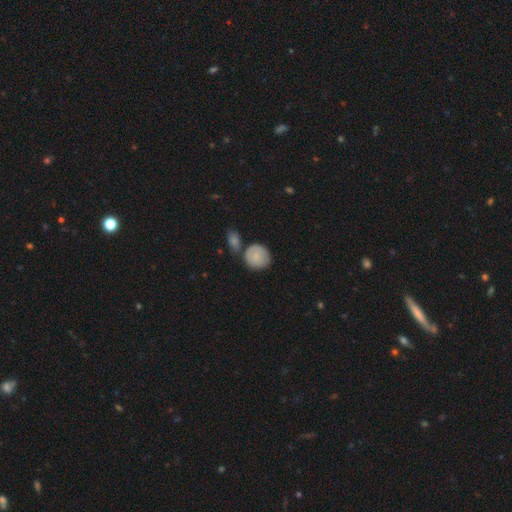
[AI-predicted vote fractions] This is clearly a smooth galaxy (81%). How rounded: clearly round (83%). Merging: likely none (63%).